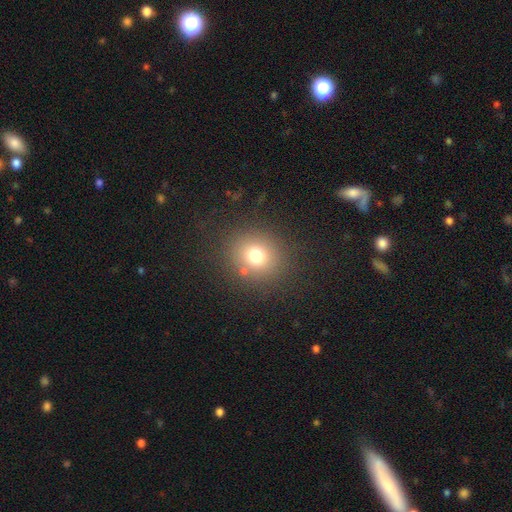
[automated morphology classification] Q: Smooth or featured?
A: smooth (73%); runner-up: star or artifact (17%)
Q: How rounded?
A: round (84%); runner-up: in between (16%)
Q: Merging?
A: none (82%); runner-up: minor disturbance (9%)